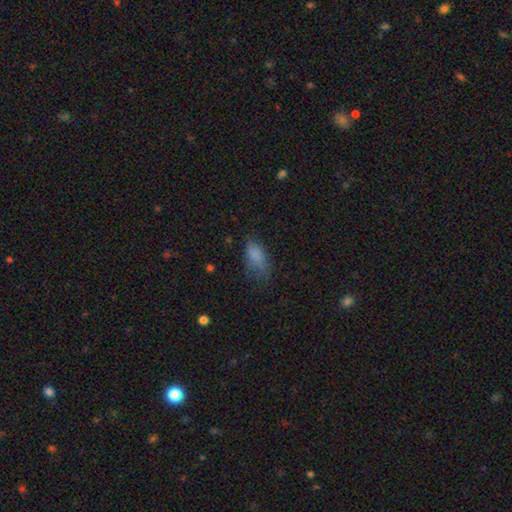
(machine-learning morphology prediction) This appears to be a smooth galaxy with no disk features (78%) that is in between round and cigar-shaped (88%). Merging: none (43%).